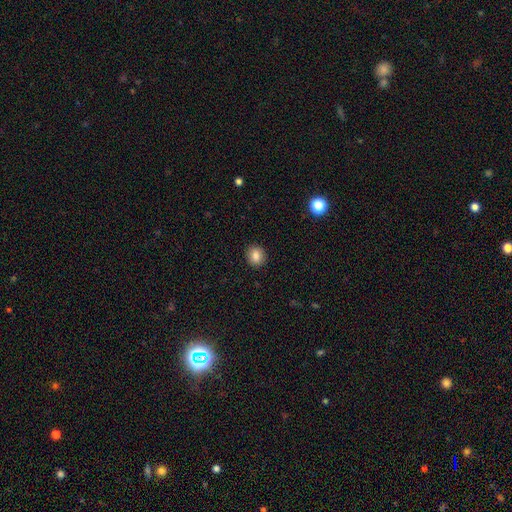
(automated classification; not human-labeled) smooth_or_featured: smooth (p=0.84) [alt: star or artifact p=0.10]
how_rounded: round (p=0.80) [alt: in between p=0.19]
merging: none (p=0.91) [alt: minor disturbance p=0.06]